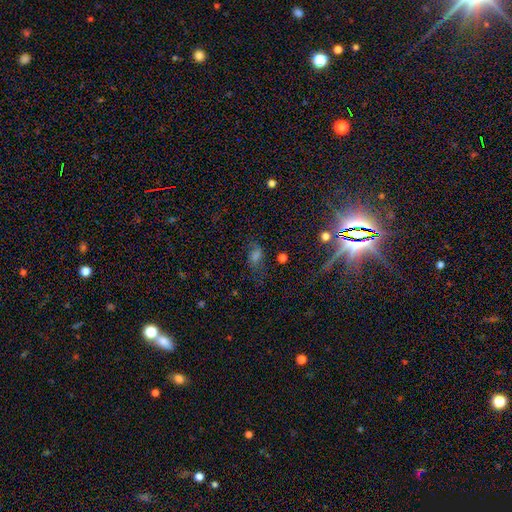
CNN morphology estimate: Smooth or featured: smooth — 39% (tied with star or artifact — 39%)
Merging: none — 61% (minor disturbance — 20%)